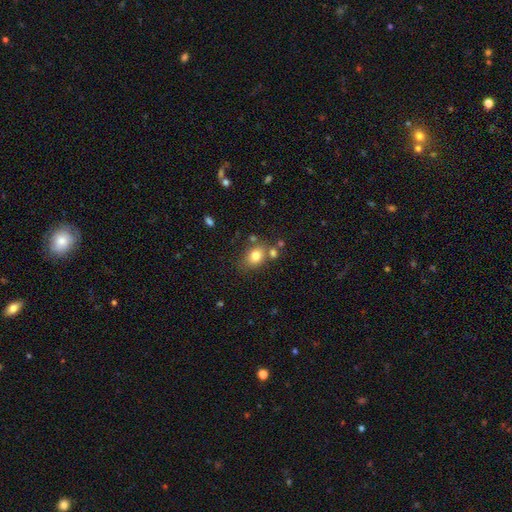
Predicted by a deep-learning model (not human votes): This appears to be a smooth galaxy with no disk features (79%) that is in between round and cigar-shaped (58%). Merging: none (65%).